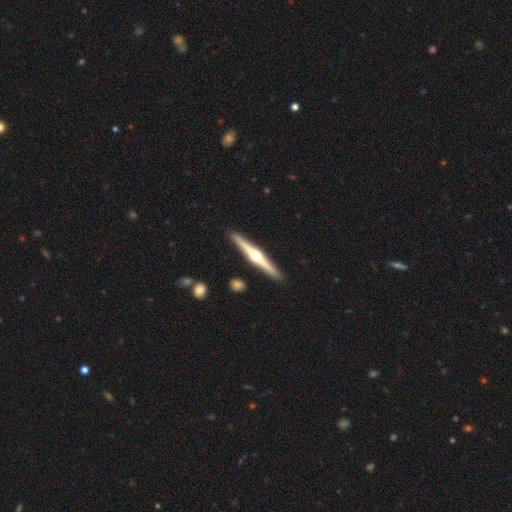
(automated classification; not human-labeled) Q: Smooth or featured?
A: featured or disk (78%); runner-up: smooth (17%)
Q: Edge-on disk?
A: yes (98%); runner-up: no (2%)
Q: Edge-on bulge?
A: rounded (95%); runner-up: none (3%)
Q: Merging?
A: none (91%); runner-up: minor disturbance (6%)